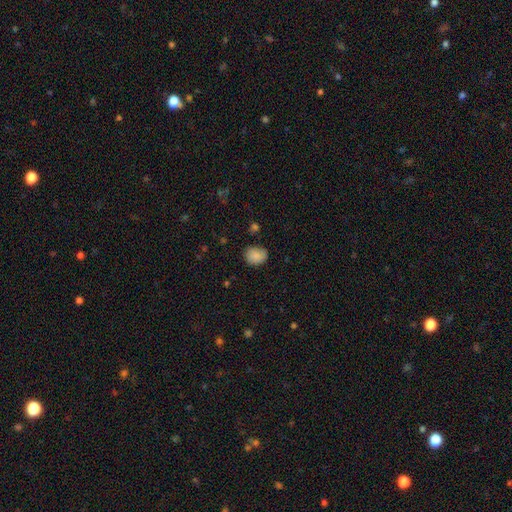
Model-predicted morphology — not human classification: The model was most divided on "how rounded": round: 57%, in between: 43%, cigar-shaped: 1%. More confident: smooth or featured — smooth (85%); merging — none (74%).